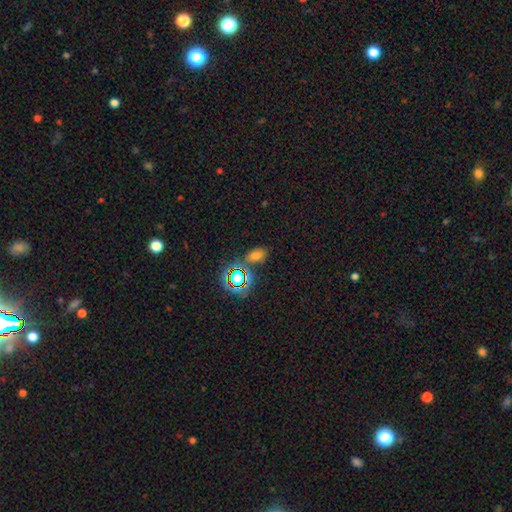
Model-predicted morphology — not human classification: smooth_or_featured: smooth (p=0.59) [alt: star or artifact p=0.33]
how_rounded: in between (p=0.81) [alt: round p=0.16]
merging: none (p=0.71) [alt: minor disturbance p=0.13]